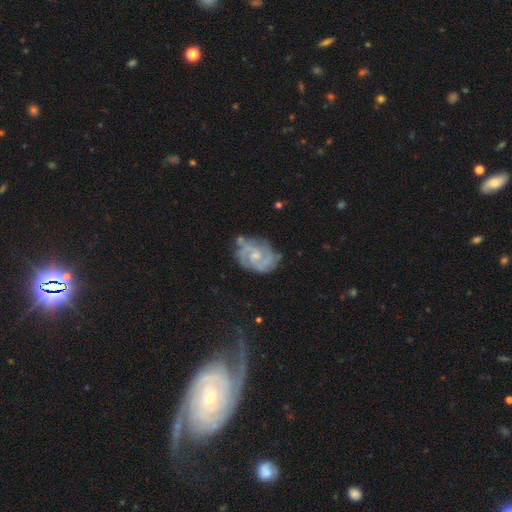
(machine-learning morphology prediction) A featured or disk galaxy (80%) with no bar (55%), 2 (52%) tight (50%) spiral arms (93%) and a small central bulge (48%).

Vote fractions:
- Smooth or featured? featured or disk: 80% / smooth: 13% / star or artifact: 7%
- Edge-on disk? no: 97% / yes: 3%
- Bar? no: 55% / weak: 39% / strong: 6%
- Spiral arms? yes: 93% / no: 7%
- Spiral winding? tight: 50% / medium: 40% / loose: 10%
- Spiral arm count? 2: 52% / can't tell: 22% / 3: 16% / 4: 4% / 1: 4% / more than 4: 3%
- Bulge size? small: 48% / moderate: 43% / none: 6% / large: 2% / dominant: 1%
- Merging? none: 68% / minor disturbance: 21% / major disturbance: 7% / merger: 4%